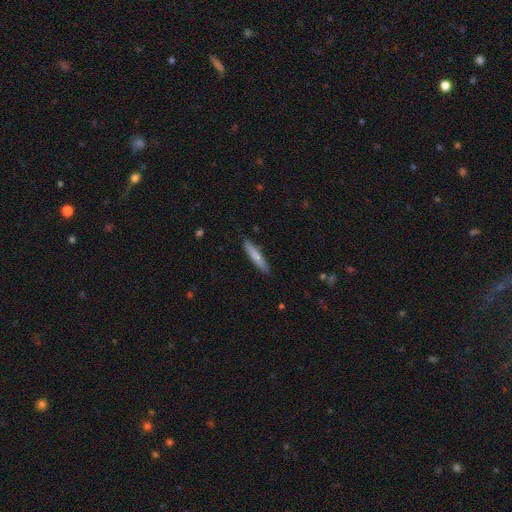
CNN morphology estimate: A smooth galaxy with no disk features (74%) that is cigar-shaped (91%). Merging: none (89%).